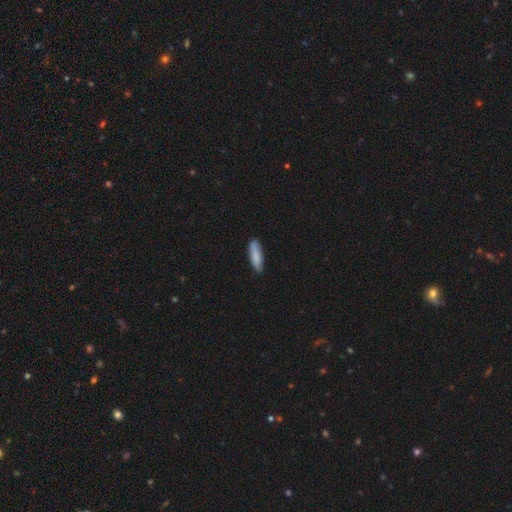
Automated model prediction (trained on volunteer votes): smooth_or_featured: smooth (p=0.86) [alt: featured or disk p=0.09]
how_rounded: cigar-shaped (p=0.63) [alt: in between p=0.36]
merging: none (p=0.84) [alt: minor disturbance p=0.13]